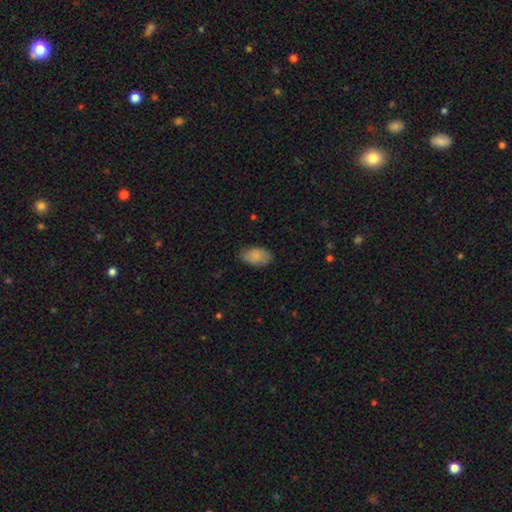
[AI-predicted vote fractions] A smooth galaxy with no disk features (86%) that is in between round and cigar-shaped (92%).

Vote fractions:
- Smooth or featured? smooth: 86% / featured or disk: 7% / star or artifact: 7%
- How rounded? in between: 92% / round: 6% / cigar-shaped: 1%
- Merging? none: 77% / minor disturbance: 19% / major disturbance: 3% / merger: 1%